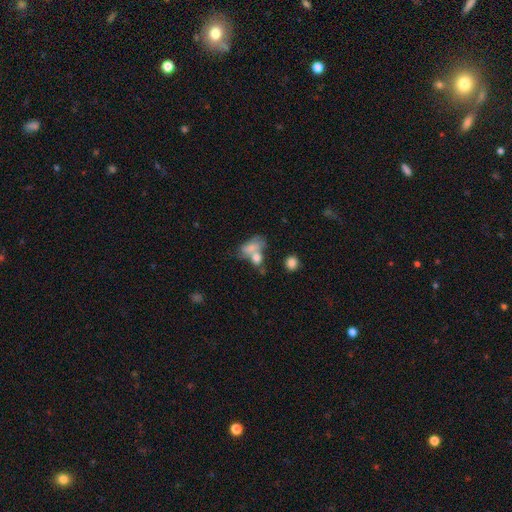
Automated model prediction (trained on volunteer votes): Smooth or featured: smooth — 56% (featured or disk — 27%)
How rounded: in between — 71% (round — 22%)
Merging: merger — 43% (none — 29%)